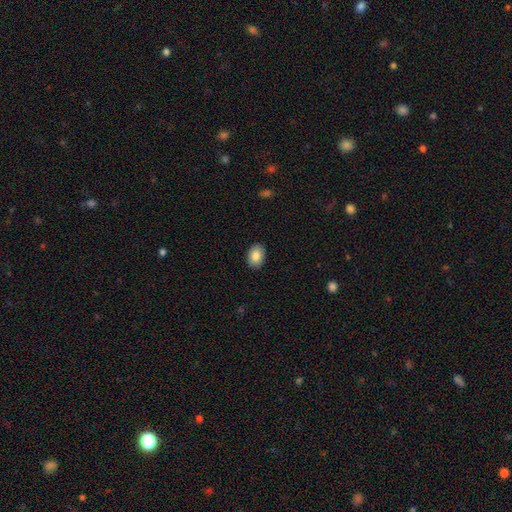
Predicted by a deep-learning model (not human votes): smooth_or_featured: smooth (p=0.85) [alt: featured or disk p=0.09]
how_rounded: in between (p=0.82) [alt: round p=0.17]
merging: none (p=0.89) [alt: minor disturbance p=0.09]